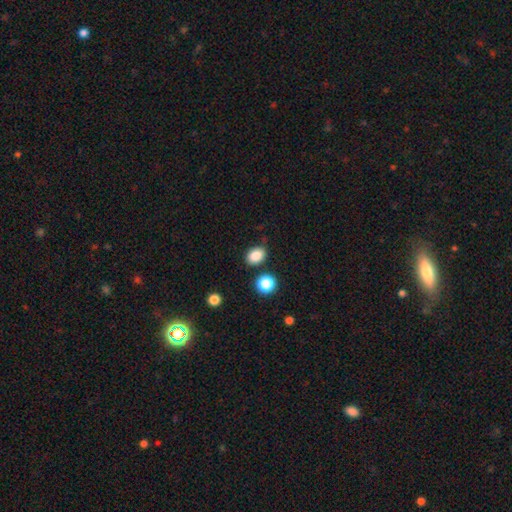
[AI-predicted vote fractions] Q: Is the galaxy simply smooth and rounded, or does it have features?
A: smooth — 86%.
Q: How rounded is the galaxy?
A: in between — 67%.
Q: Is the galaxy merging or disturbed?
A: none — 80%.